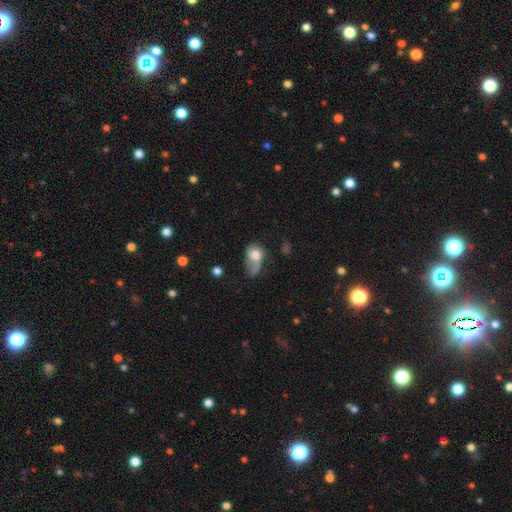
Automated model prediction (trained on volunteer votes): Overall: smooth (63%; featured or disk 27%). How rounded: in between (69%). Merging: major disturbance (46%; minor disturbance 25%).